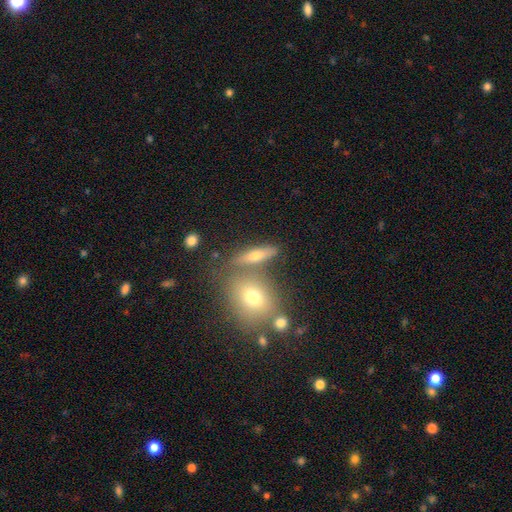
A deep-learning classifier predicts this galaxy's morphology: Smooth or featured? Predicted: smooth (p=0.55). How rounded? Predicted: cigar-shaped (p=0.42). Merging? Predicted: none (p=0.62).